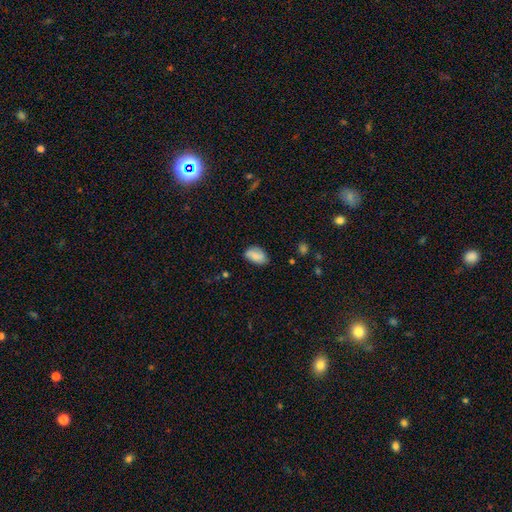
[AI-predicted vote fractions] Morphology: type=smooth (79%); roundness=in between (91%); merging=none (71%).